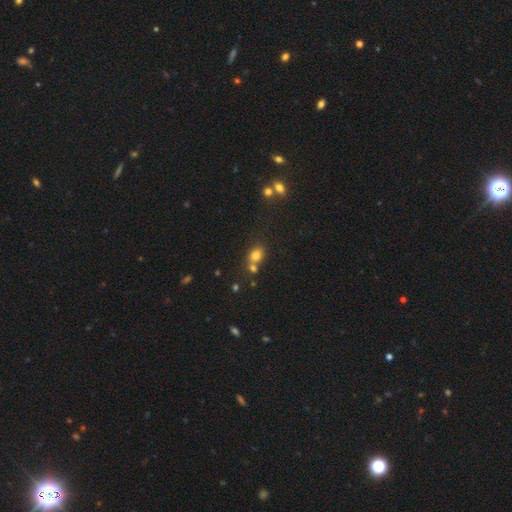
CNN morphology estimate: smooth_or_featured: smooth (p=0.76) [alt: star or artifact p=0.14]
how_rounded: round (p=0.51) [alt: in between p=0.48]
merging: none (p=0.47) [alt: merger p=0.38]